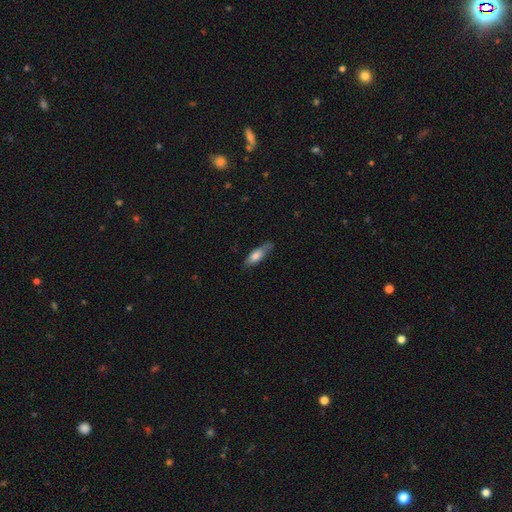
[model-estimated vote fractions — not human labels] Smooth or featured? Predicted: smooth (p=0.72). How rounded? Predicted: in between (p=0.50). Merging? Predicted: none (p=0.68).